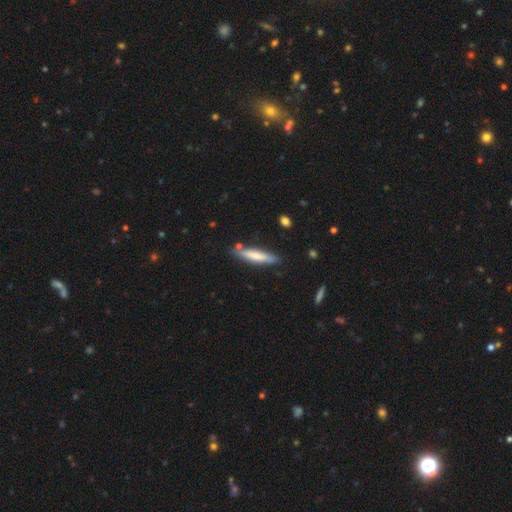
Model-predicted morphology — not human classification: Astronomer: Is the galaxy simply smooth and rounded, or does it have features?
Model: smooth — 69%.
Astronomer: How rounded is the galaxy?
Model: cigar-shaped — 87%.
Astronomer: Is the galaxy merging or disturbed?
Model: none — 80%.